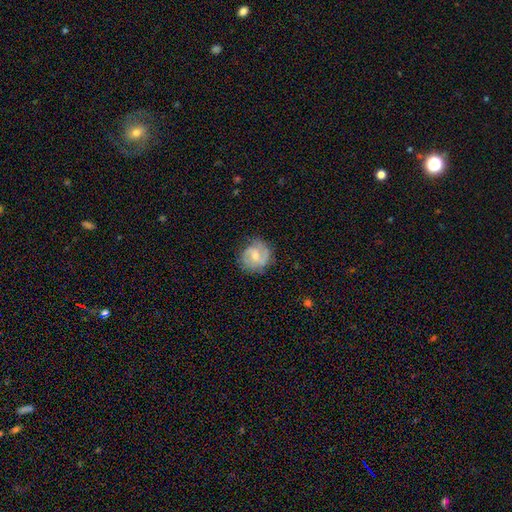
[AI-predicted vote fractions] Morphology: type=featured or disk (70%); edge-on=no (98%); bar=weak (54%); spiral arms=yes (91%); winding=medium (49%); arm count=2 (82%); bulge=moderate (50%); merging=none (76%).